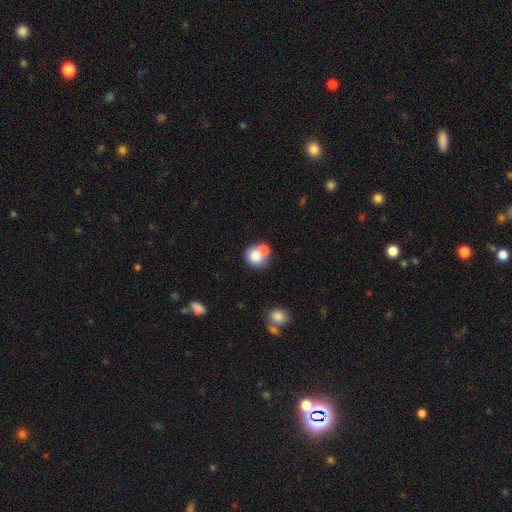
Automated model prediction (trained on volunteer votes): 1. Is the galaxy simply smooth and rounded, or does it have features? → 76% smooth, 16% featured or disk, 9% star or artifact.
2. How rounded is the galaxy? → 82% round, 17% in between, 1% cigar-shaped.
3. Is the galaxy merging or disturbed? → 48% merger, 39% none, 9% minor disturbance, 4% major disturbance.